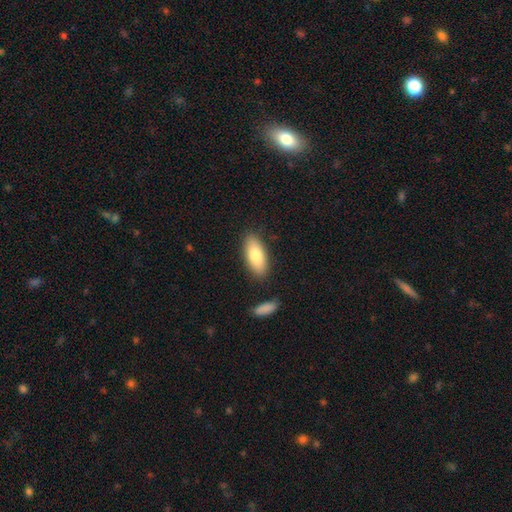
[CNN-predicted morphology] This is likely a smooth galaxy (80%). How rounded: clearly in between (84%). Merging: clearly none (83%).